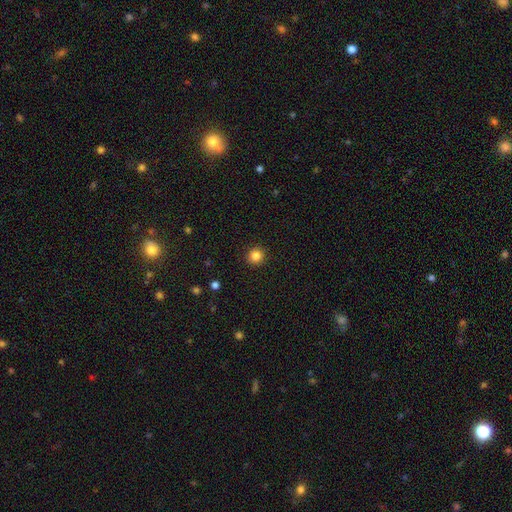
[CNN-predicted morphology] smooth-or-featured: smooth: 84% | star or artifact: 11% | featured or disk: 4%
  how-rounded: round: 93% | in between: 6% | cigar-shaped: 1%
  merging: none: 92% | minor disturbance: 5% | major disturbance: 2% | merger: 1%